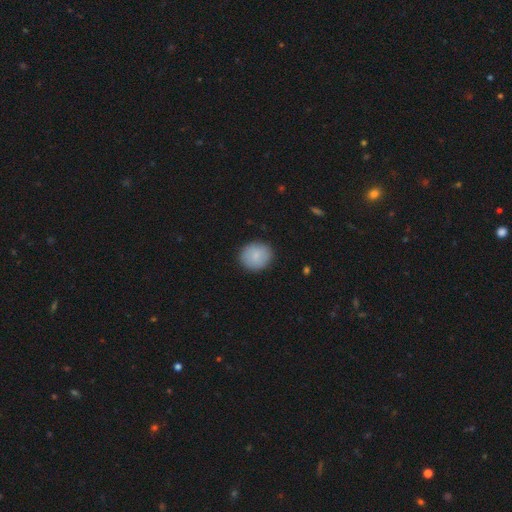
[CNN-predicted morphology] Smooth or featured? Predicted: smooth (p=0.84). How rounded? Predicted: round (p=0.83). Merging? Predicted: none (p=0.89).